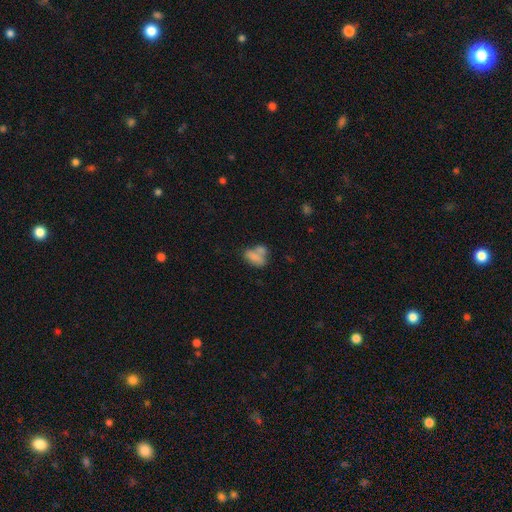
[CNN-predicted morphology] Smooth or featured?
  - smooth: 72% *
  - featured or disk: 18%
  - star or artifact: 10%
How rounded?
  - in between: 81% *
  - round: 14%
  - cigar-shaped: 5%
Merging?
  - merger: 45% *
  - none: 31%
  - minor disturbance: 15%
  - major disturbance: 9%